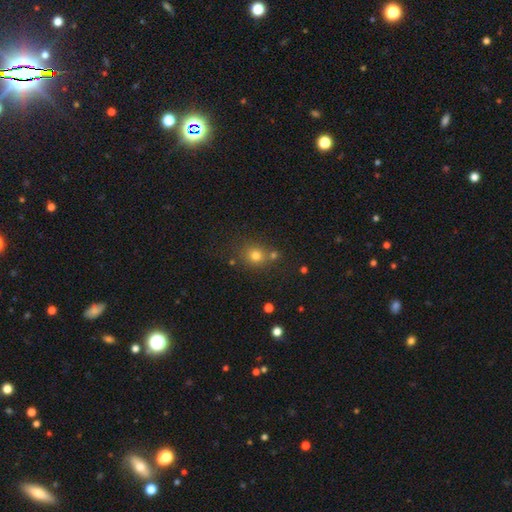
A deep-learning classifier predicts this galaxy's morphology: smooth 74%, star or artifact 18%, featured or disk 8%. Down the decision tree: how rounded — round (82%); merging — none (70%).